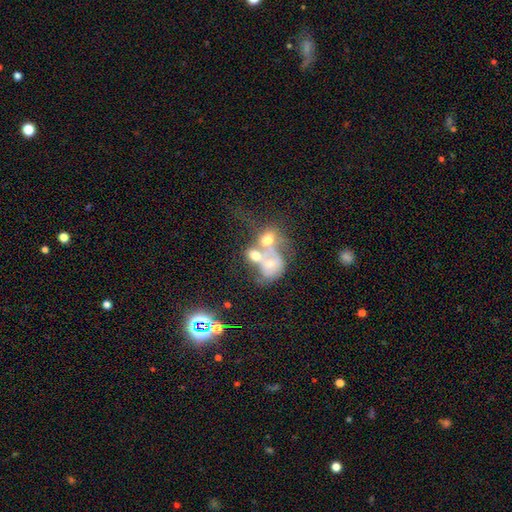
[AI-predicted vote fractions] smooth-or-featured: smooth: 45% | featured or disk: 40% | star or artifact: 15%
  merging: merger: 65% | none: 15% | major disturbance: 13% | minor disturbance: 7%